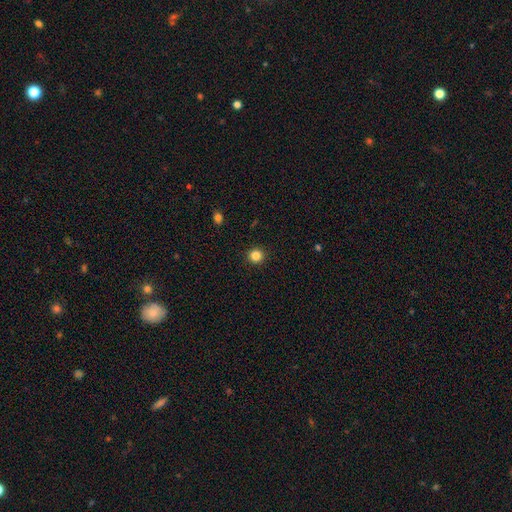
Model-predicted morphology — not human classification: smooth-or-featured: smooth: 84% | star or artifact: 12% | featured or disk: 4%
  how-rounded: round: 93% | in between: 6% | cigar-shaped: 1%
  merging: none: 93% | minor disturbance: 5% | major disturbance: 2% | merger: 1%